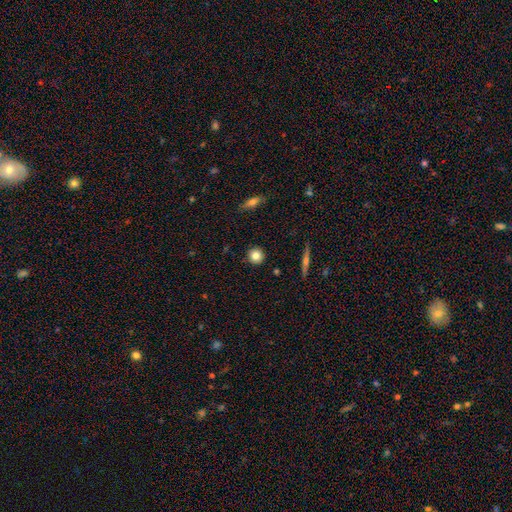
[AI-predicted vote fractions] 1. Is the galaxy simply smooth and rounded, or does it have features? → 80% smooth, 11% featured or disk, 9% star or artifact.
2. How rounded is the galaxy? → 91% round, 7% in between, 2% cigar-shaped.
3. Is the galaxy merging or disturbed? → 91% none, 6% minor disturbance, 2% major disturbance, 1% merger.